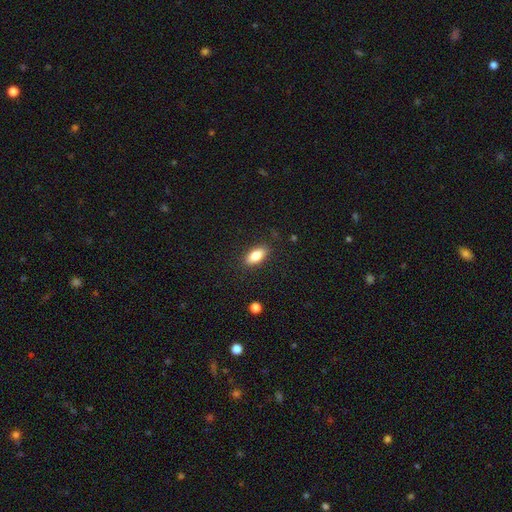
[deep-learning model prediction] This is clearly a smooth galaxy (82%). How rounded: clearly in between (87%). Merging: clearly none (86%).